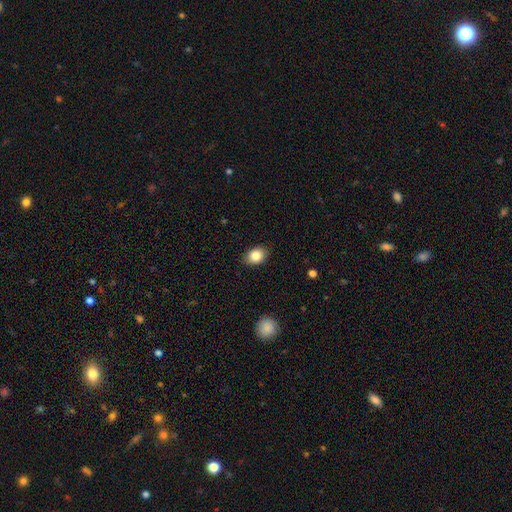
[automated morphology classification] Smooth or featured? smooth (85%)
How rounded? in between (67%)
Merging? none (84%)